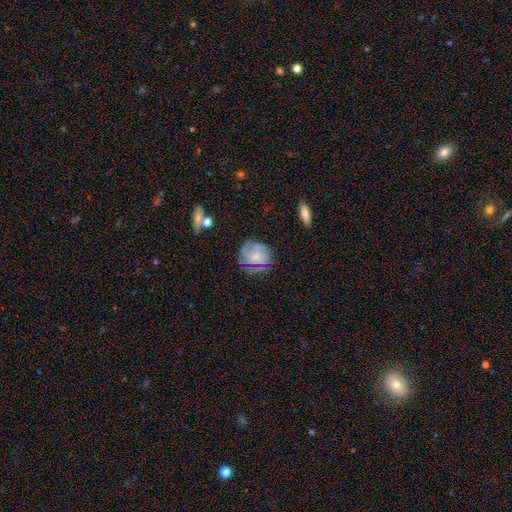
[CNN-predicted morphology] Q: Smooth or featured?
A: featured or disk (57%); runner-up: smooth (34%)
Q: Edge-on disk?
A: no (97%); runner-up: yes (3%)
Q: Bar?
A: no (76%); runner-up: weak (20%)
Q: Spiral arms?
A: yes (76%); runner-up: no (24%)
Q: Bulge size?
A: small (53%); runner-up: moderate (25%)
Q: Merging?
A: none (61%); runner-up: minor disturbance (23%)